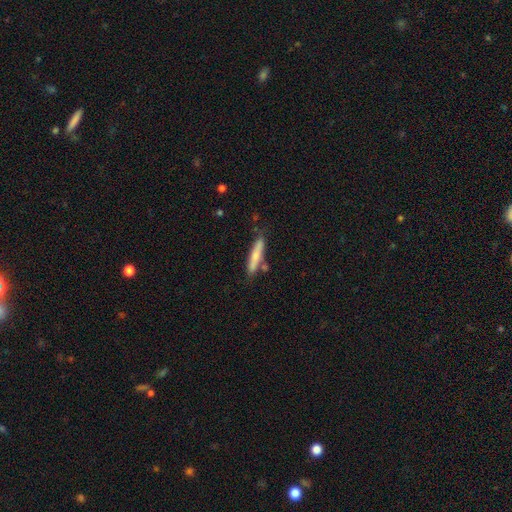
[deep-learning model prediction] This appears to be a smooth galaxy with no disk features (66%) that is cigar-shaped (86%). Merging: none (73%).